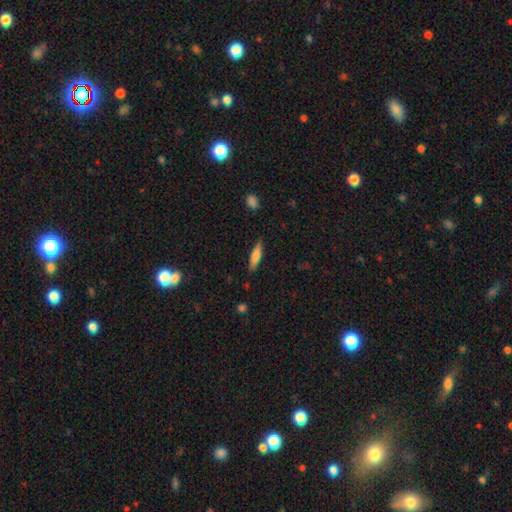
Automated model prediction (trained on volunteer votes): smooth 70%, featured or disk 23%, star or artifact 7%. Down the decision tree: how rounded — cigar-shaped (71%); merging — none (85%).